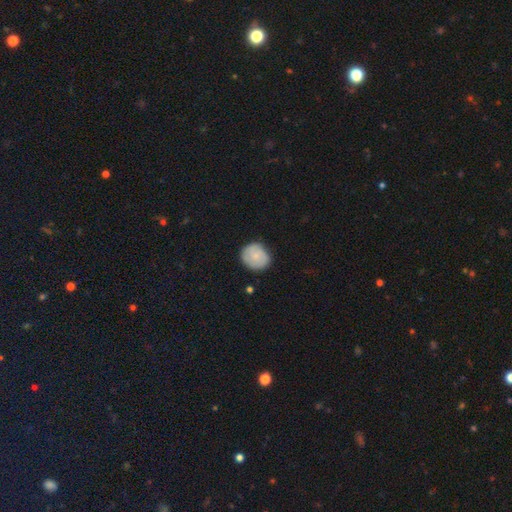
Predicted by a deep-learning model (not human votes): A smooth galaxy with no disk features (70%) that is round (80%). Merging: none (78%).